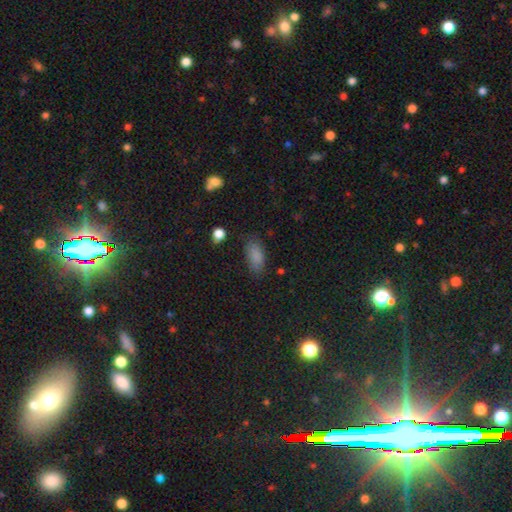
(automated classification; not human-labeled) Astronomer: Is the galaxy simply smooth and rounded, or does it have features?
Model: smooth — 84%.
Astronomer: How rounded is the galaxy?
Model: in between — 89%.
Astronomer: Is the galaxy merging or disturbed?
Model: none — 74%.